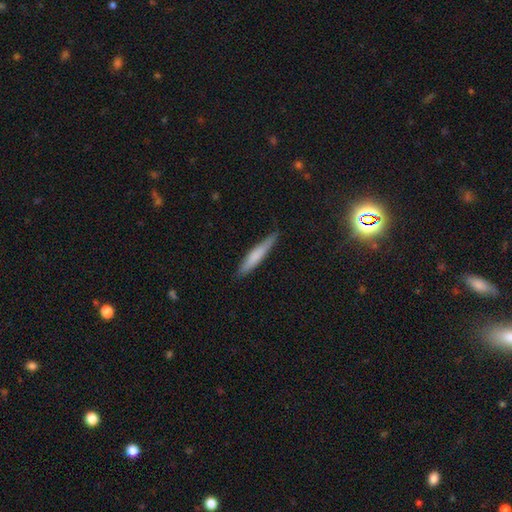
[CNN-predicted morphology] The model was most divided on "smooth or featured": smooth: 70%, featured or disk: 25%, star or artifact: 6%. More confident: how rounded — cigar-shaped (92%); merging — none (85%).